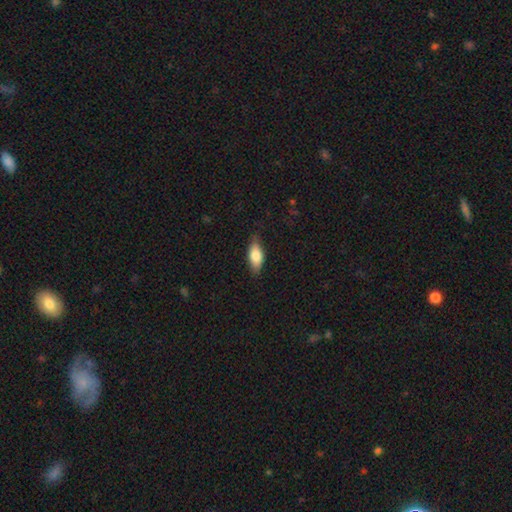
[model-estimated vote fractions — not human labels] Overall: smooth (77%). How rounded: in between (84%). Merging: none (78%).